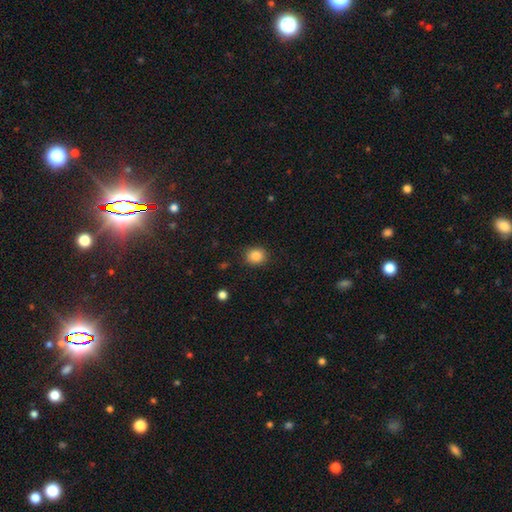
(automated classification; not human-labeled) smooth-or-featured: smooth: 86% | star or artifact: 10% | featured or disk: 4%
  how-rounded: round: 73% | in between: 26% | cigar-shaped: 1%
  merging: none: 87% | minor disturbance: 9% | major disturbance: 3% | merger: 1%